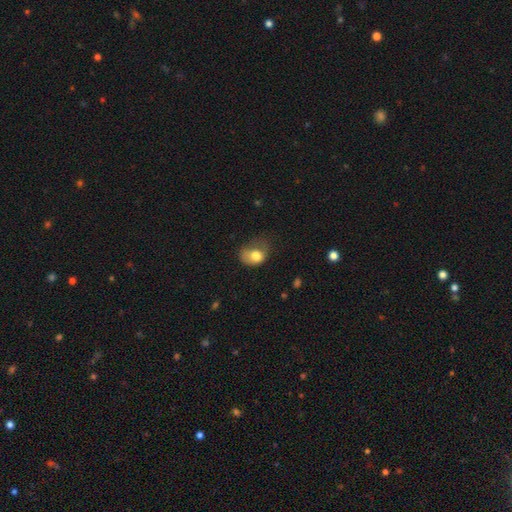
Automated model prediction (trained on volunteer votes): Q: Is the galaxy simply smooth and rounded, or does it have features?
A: smooth — 73%.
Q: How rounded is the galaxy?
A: in between — 61%.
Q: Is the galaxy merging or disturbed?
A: major disturbance — 41%.